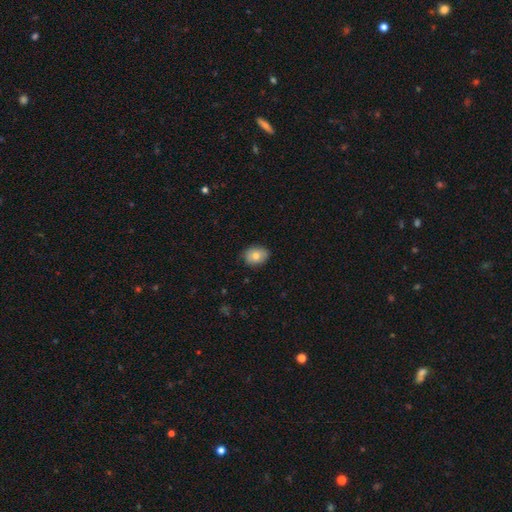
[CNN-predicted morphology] A smooth galaxy with no disk features (77%) that is in between round and cigar-shaped (66%).

Vote fractions:
- Smooth or featured? smooth: 77% / featured or disk: 15% / star or artifact: 8%
- How rounded? in between: 66% / round: 33% / cigar-shaped: 1%
- Merging? none: 82% / minor disturbance: 15% / major disturbance: 2% / merger: 1%